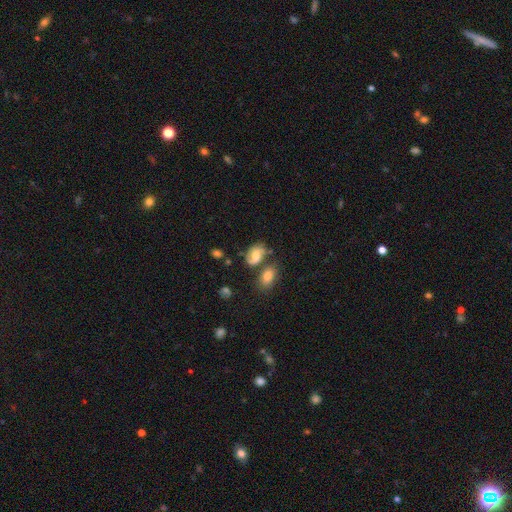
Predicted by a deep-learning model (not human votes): The model was most divided on "smooth or featured": featured or disk: 47%, smooth: 42%, star or artifact: 10%. More confident: merging — none (50%).